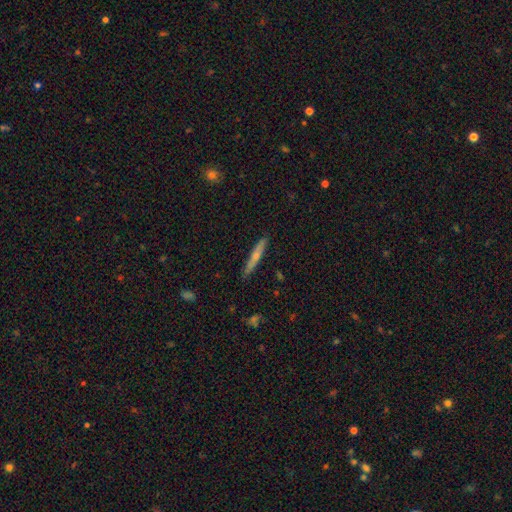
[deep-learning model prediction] A smooth galaxy with no disk features (50%) that is cigar-shaped (94%).

Vote fractions:
- Smooth or featured? smooth: 50% / featured or disk: 43% / star or artifact: 6%
- How rounded? cigar-shaped: 94% / in between: 4% / round: 2%
- Merging? none: 88% / minor disturbance: 9% / major disturbance: 2% / merger: 1%